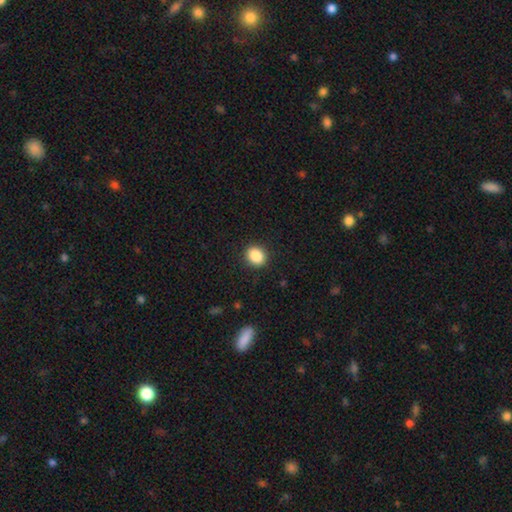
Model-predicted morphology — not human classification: Smooth or featured? Predicted: smooth (p=0.87). How rounded? Predicted: round (p=0.65). Merging? Predicted: none (p=0.91).